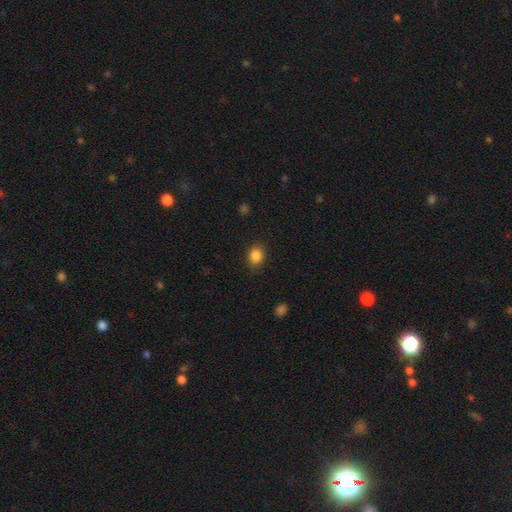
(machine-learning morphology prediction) Smooth or featured? smooth (86%)
How rounded? round (58%)
Merging? none (87%)